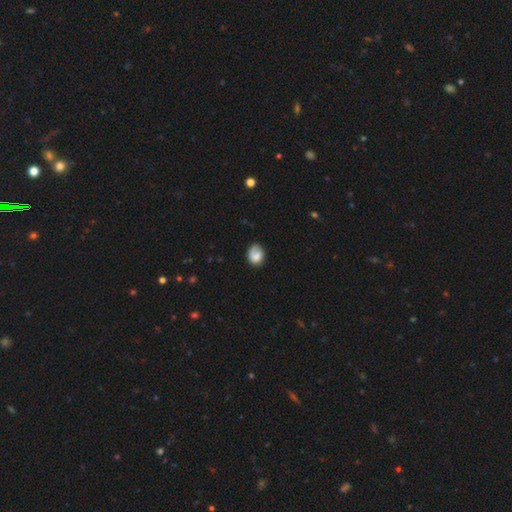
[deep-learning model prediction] Smooth or featured?
  - smooth: 75% *
  - featured or disk: 17%
  - star or artifact: 7%
How rounded?
  - in between: 54% *
  - round: 45%
  - cigar-shaped: 1%
Merging?
  - none: 58% *
  - minor disturbance: 28%
  - major disturbance: 11%
  - merger: 3%